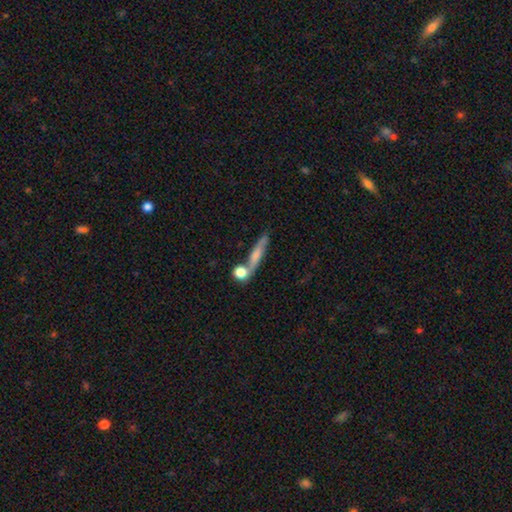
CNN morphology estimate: smooth-or-featured: smooth: 55% | featured or disk: 36% | star or artifact: 9%
  how-rounded: cigar-shaped: 73% | in between: 15% | round: 12%
  merging: none: 60% | merger: 21% | minor disturbance: 13% | major disturbance: 6%